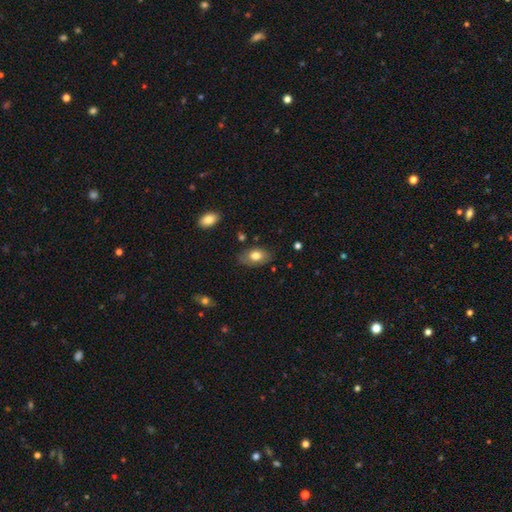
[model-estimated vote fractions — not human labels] Morphology: type=smooth (76%); roundness=in between (89%); merging=none (77%).